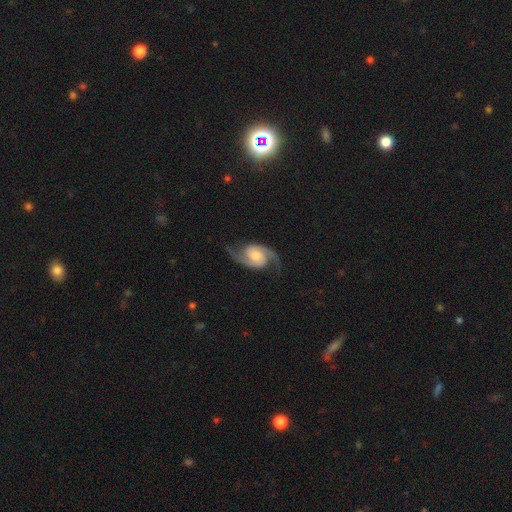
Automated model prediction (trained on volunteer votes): smooth-or-featured: featured or disk: 91% | smooth: 5% | star or artifact: 4%
  disk-edge-on: no: 98% | yes: 2%
    bar: no: 62% | weak: 30% | strong: 8%
    has-spiral-arms: yes: 98% | no: 2%
      spiral-winding: medium: 52% | loose: 33% | tight: 16%
      spiral-arm-count: 2: 94% | can't tell: 1% | 3: 1% | 1: 1% | 4: 1% | more than 4: 1%
    bulge-size: moderate: 44% | small: 28% | large: 16% | none: 9% | dominant: 3%
  merging: none: 80% | minor disturbance: 13% | major disturbance: 6% | merger: 1%